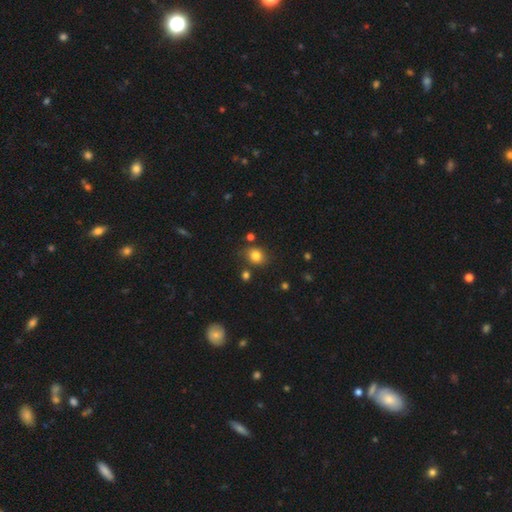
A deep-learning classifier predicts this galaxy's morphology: A smooth galaxy with no disk features (81%) that is round (60%).

Vote fractions:
- Smooth or featured? smooth: 81% / star or artifact: 12% / featured or disk: 6%
- How rounded? round: 60% / in between: 40% / cigar-shaped: 1%
- Merging? none: 78% / minor disturbance: 12% / merger: 6% / major disturbance: 4%